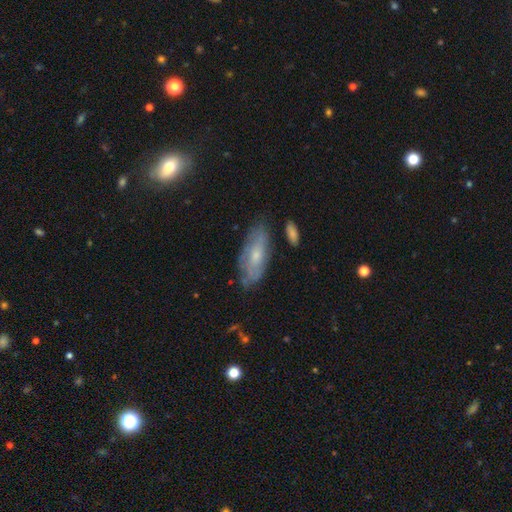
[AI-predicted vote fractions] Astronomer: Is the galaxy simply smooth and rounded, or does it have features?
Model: smooth — 47% (runner-up: featured or disk, 46%).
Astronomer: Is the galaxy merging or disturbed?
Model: none — 66%.